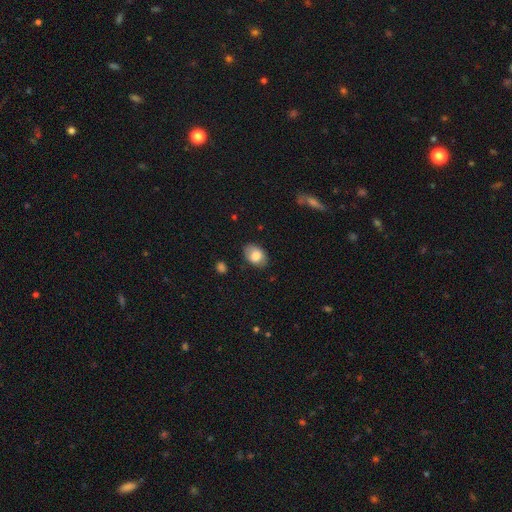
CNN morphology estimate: A smooth galaxy with no disk features (79%) that is in between round and cigar-shaped (85%).

Vote fractions:
- Smooth or featured? smooth: 79% / featured or disk: 14% / star or artifact: 7%
- How rounded? in between: 85% / round: 14% / cigar-shaped: 1%
- Merging? none: 79% / minor disturbance: 16% / major disturbance: 4% / merger: 1%